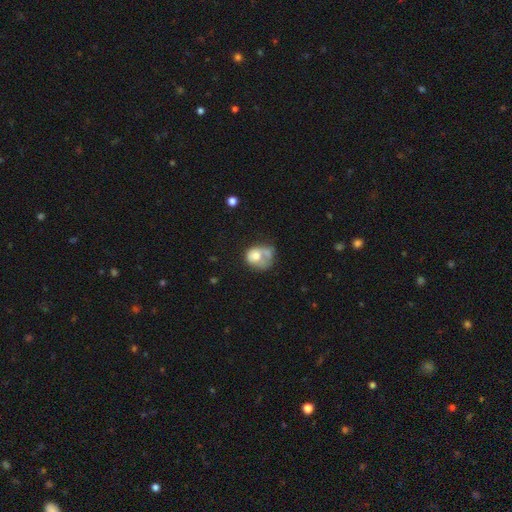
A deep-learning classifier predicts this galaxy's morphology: smooth 59%, featured or disk 33%, star or artifact 8%. Down the decision tree: how rounded — round (56%); merging — major disturbance (32%).